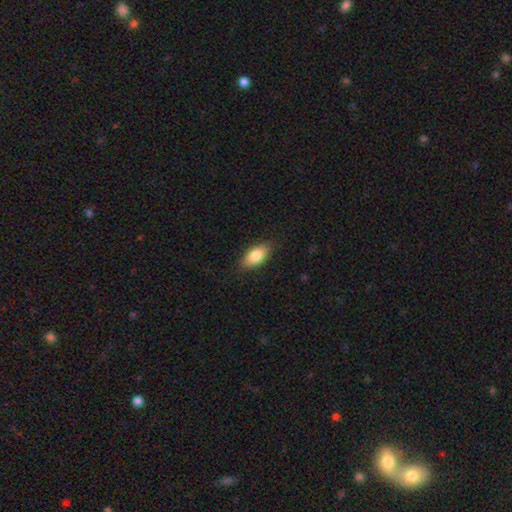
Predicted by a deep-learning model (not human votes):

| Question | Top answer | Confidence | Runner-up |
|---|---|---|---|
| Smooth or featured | smooth | 83% | featured or disk (10%) |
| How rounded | in between | 90% | cigar-shaped (7%) |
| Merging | none | 84% | minor disturbance (13%) |